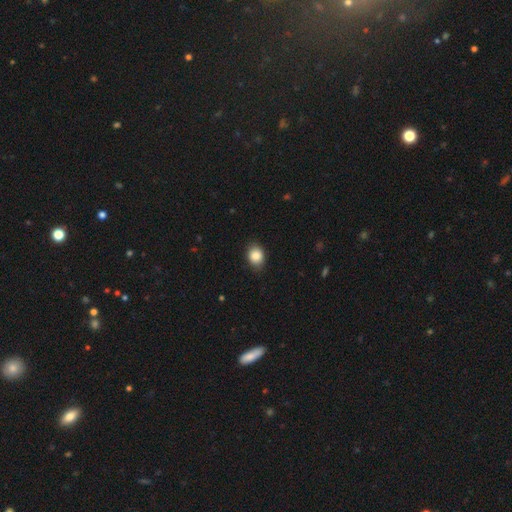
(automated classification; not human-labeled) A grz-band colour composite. It shows a smooth galaxy with no disk features (86%) that is in between round and cigar-shaped (57%). Merging: none (84%).